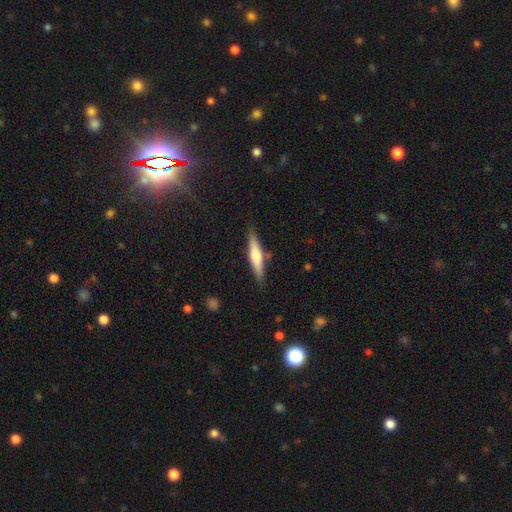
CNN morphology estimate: A featured or disk galaxy (48%).

Vote fractions:
- Smooth or featured? featured or disk: 48% / smooth: 46% / star or artifact: 6%
- Merging? none: 85% / minor disturbance: 10% / major disturbance: 2% / merger: 2%